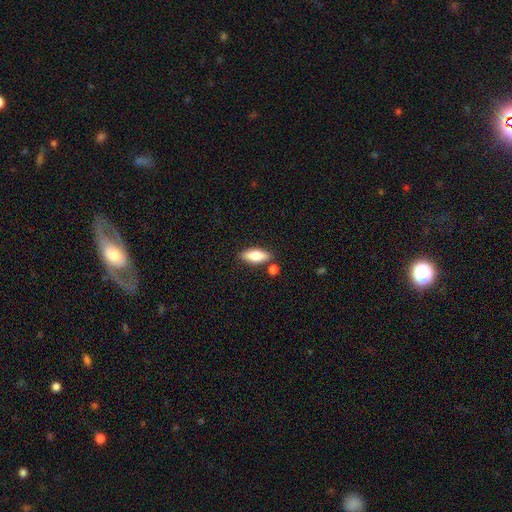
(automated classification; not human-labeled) This appears to be a smooth galaxy with no disk features (77%) that is in between round and cigar-shaped (74%). Merging: none (80%).